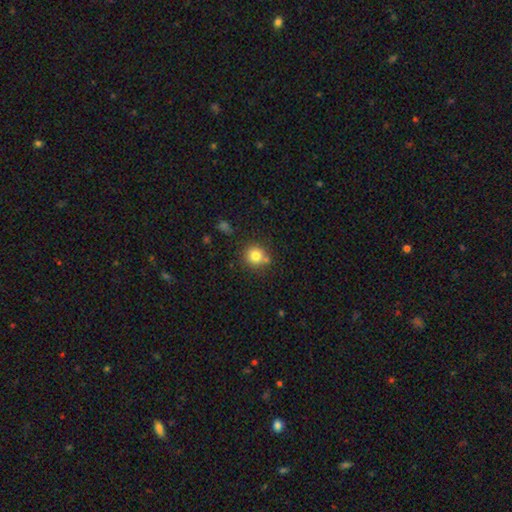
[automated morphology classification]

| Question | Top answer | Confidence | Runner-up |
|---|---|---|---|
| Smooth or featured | smooth | 81% | star or artifact (11%) |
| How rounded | round | 90% | in between (9%) |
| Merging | none | 74% | minor disturbance (12%) |